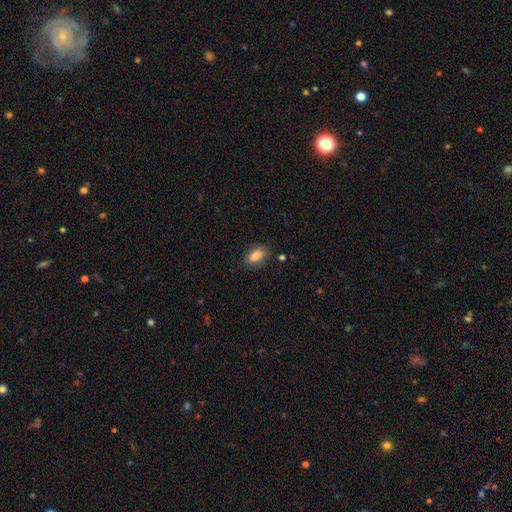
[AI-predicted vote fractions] Smooth or featured?
  - smooth: 86% *
  - star or artifact: 8%
  - featured or disk: 7%
How rounded?
  - in between: 89% *
  - round: 6%
  - cigar-shaped: 5%
Merging?
  - none: 82% *
  - minor disturbance: 14%
  - major disturbance: 3%
  - merger: 2%